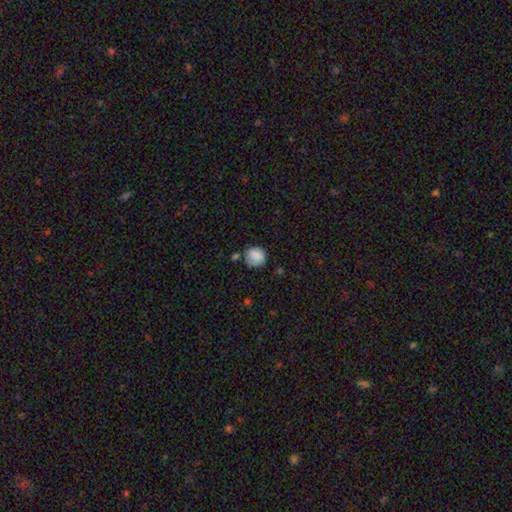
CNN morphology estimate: Q: Smooth or featured?
A: smooth (84%); runner-up: star or artifact (8%)
Q: How rounded?
A: round (85%); runner-up: in between (14%)
Q: Merging?
A: none (67%); runner-up: minor disturbance (21%)